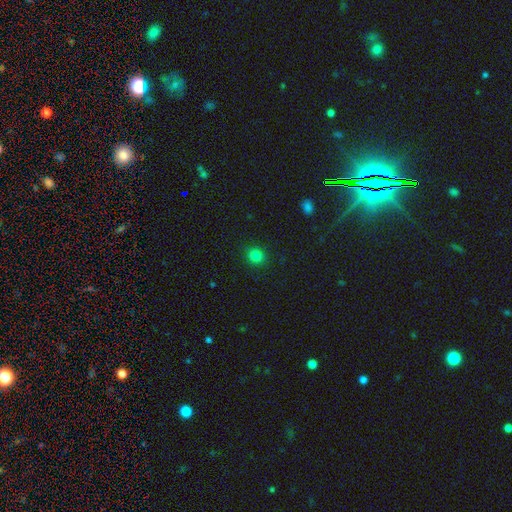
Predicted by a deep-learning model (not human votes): This is clearly a smooth galaxy (82%). How rounded: clearly round (87%). Merging: clearly none (91%).